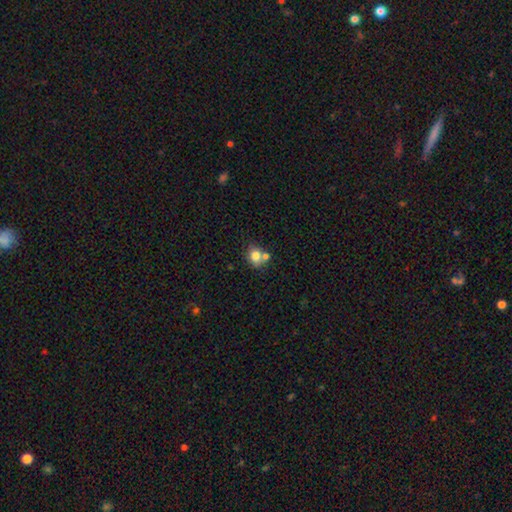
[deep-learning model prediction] Q: Smooth or featured?
A: smooth (79%); runner-up: featured or disk (11%)
Q: How rounded?
A: round (64%); runner-up: in between (35%)
Q: Merging?
A: none (54%); runner-up: merger (30%)